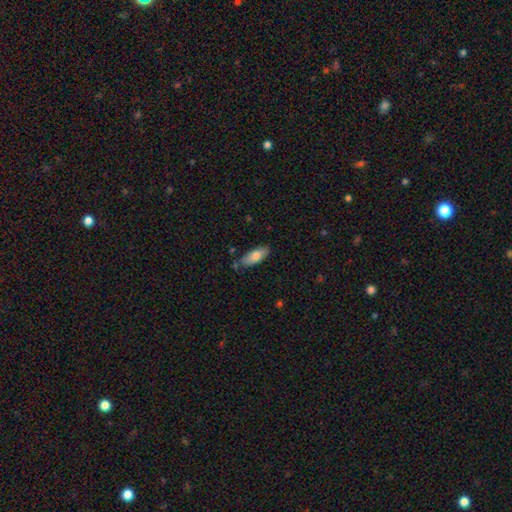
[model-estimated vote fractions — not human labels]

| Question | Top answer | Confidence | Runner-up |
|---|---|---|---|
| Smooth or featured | smooth | 77% | featured or disk (17%) |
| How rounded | in between | 81% | cigar-shaped (17%) |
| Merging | none | 74% | minor disturbance (19%) |